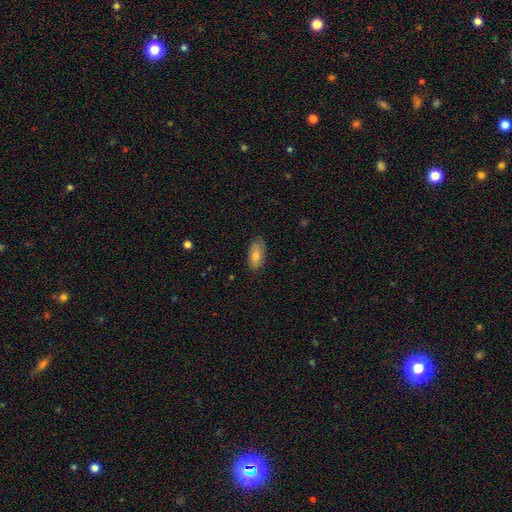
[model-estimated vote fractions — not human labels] smooth 70%, featured or disk 22%, star or artifact 8%. Down the decision tree: how rounded — in between (85%); merging — none (80%).